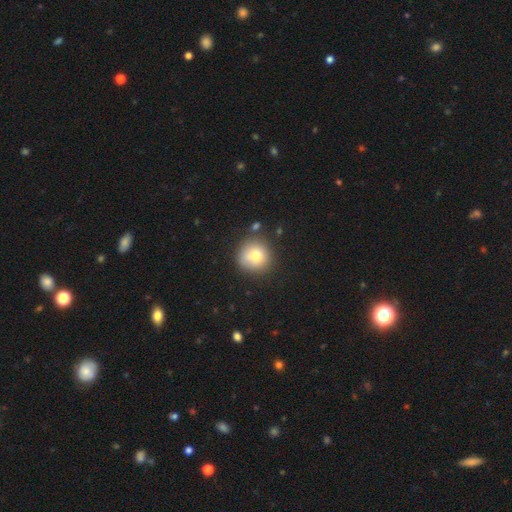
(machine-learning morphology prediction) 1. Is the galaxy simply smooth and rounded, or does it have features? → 76% smooth, 13% featured or disk, 11% star or artifact.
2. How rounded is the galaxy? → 92% round, 7% in between, 1% cigar-shaped.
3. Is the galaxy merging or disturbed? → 78% none, 13% minor disturbance, 5% merger, 4% major disturbance.